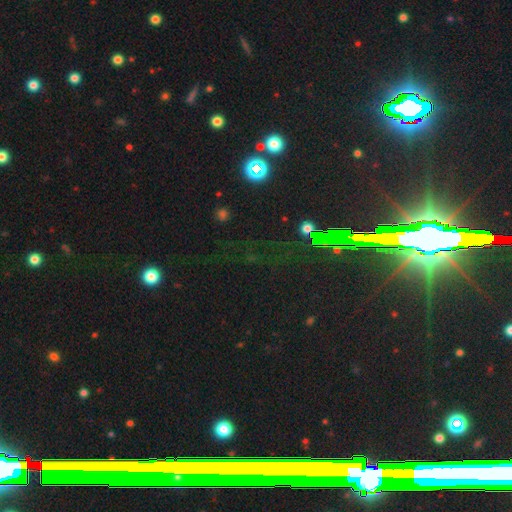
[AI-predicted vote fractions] Smooth or featured? Predicted: star or artifact (p=0.79).